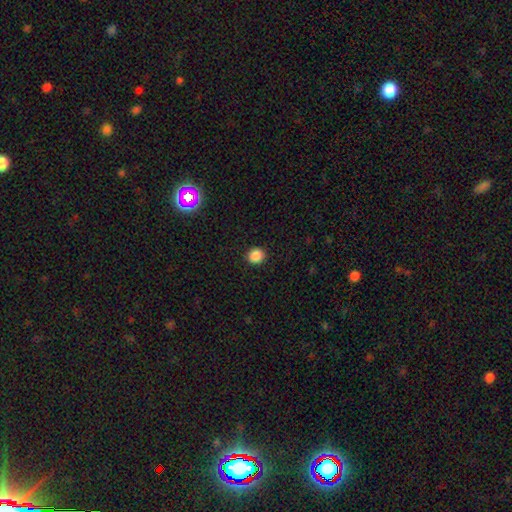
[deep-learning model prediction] Q: Smooth or featured?
A: smooth (87%); runner-up: star or artifact (10%)
Q: How rounded?
A: round (90%); runner-up: in between (9%)
Q: Merging?
A: none (92%); runner-up: minor disturbance (5%)